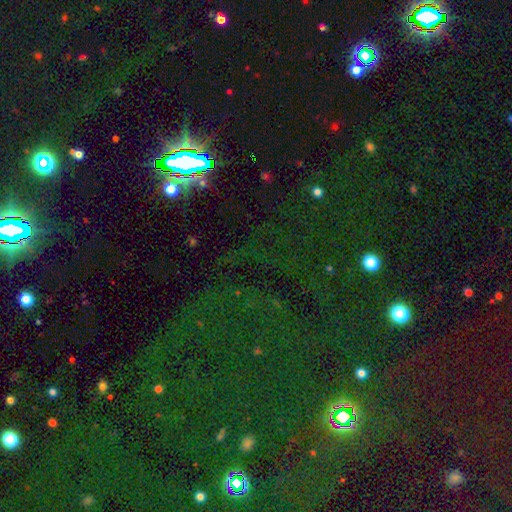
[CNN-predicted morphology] This appears to be a star or artifact, not a galaxy (78%).